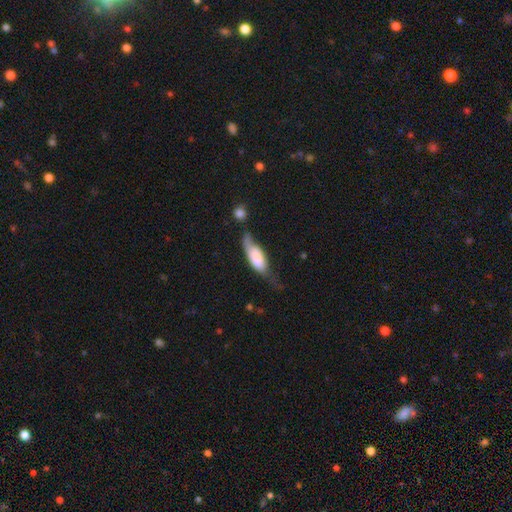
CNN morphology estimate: smooth 67%, featured or disk 27%, star or artifact 6%. Down the decision tree: how rounded — in between (74%); merging — minor disturbance (36%).